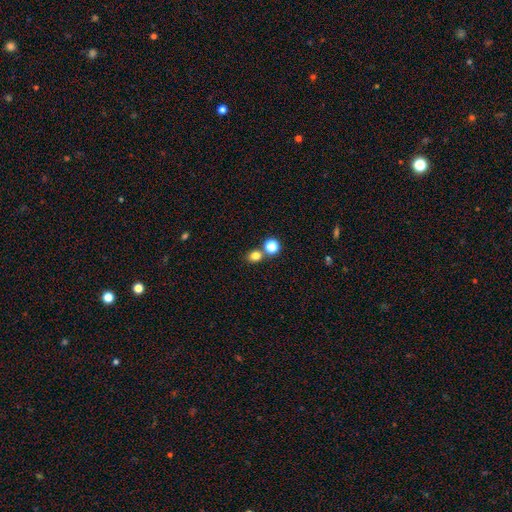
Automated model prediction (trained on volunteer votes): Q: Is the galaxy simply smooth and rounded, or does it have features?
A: smooth — 78%.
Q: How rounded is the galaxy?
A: round — 74%.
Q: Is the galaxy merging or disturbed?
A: none — 68%.